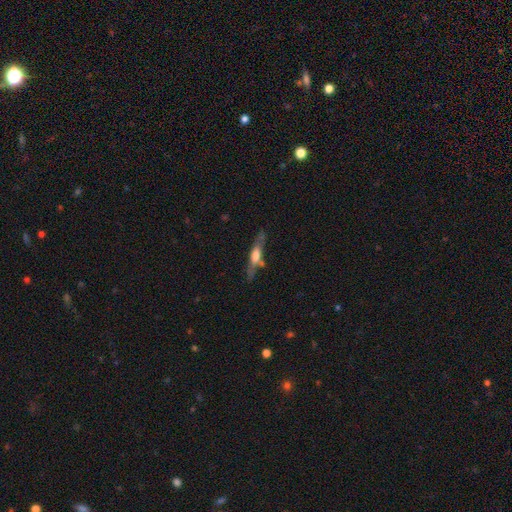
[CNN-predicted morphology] Smooth or featured: featured or disk — 59% (smooth — 34%)
Edge-on disk: yes — 88% (no — 12%)
Edge-on bulge: rounded — 69% (boxy — 22%)
Merging: none — 70% (minor disturbance — 17%)